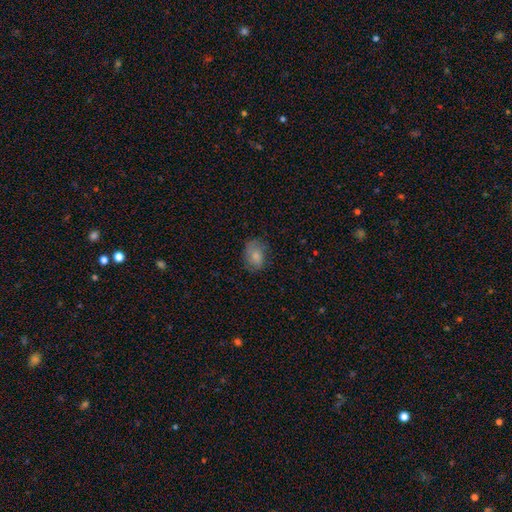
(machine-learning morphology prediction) Smooth or featured?
  - smooth: 76% *
  - featured or disk: 16%
  - star or artifact: 8%
How rounded?
  - in between: 74% *
  - round: 25%
  - cigar-shaped: 1%
Merging?
  - none: 70% *
  - minor disturbance: 23%
  - major disturbance: 7%
  - merger: 1%